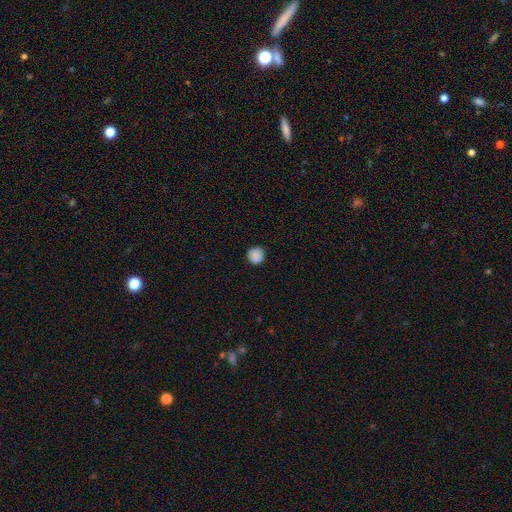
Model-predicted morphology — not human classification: Smooth or featured: smooth — 88% (star or artifact — 9%)
How rounded: round — 95% (in between — 4%)
Merging: none — 91% (minor disturbance — 6%)